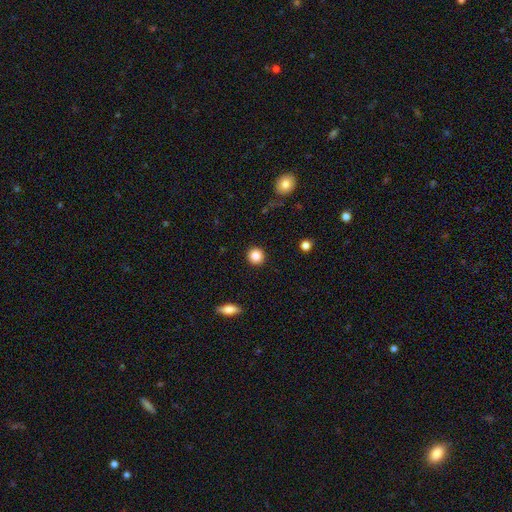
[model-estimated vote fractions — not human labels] smooth-or-featured: smooth: 85% | star or artifact: 10% | featured or disk: 5%
  how-rounded: round: 94% | in between: 5% | cigar-shaped: 1%
  merging: none: 92% | minor disturbance: 5% | major disturbance: 2% | merger: 1%